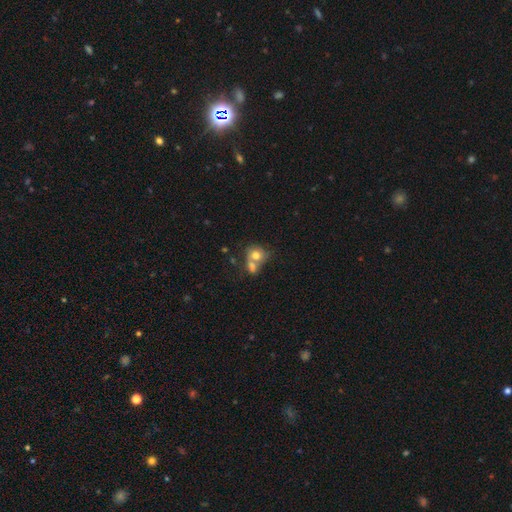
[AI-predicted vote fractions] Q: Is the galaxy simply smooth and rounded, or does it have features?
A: smooth — 72%.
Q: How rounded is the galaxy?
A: round — 66%.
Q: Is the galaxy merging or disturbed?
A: merger — 61%.